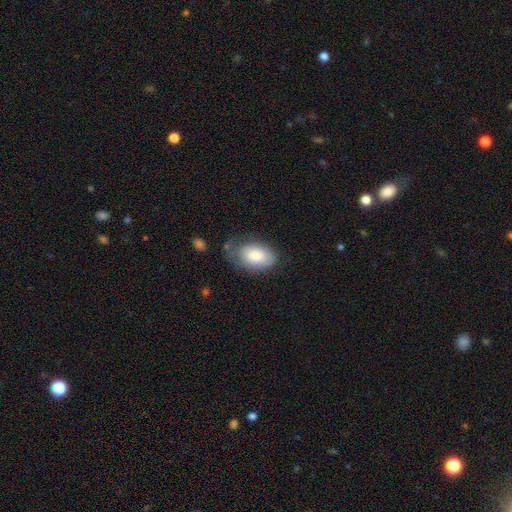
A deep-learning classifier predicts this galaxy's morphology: This appears to be a smooth galaxy with no disk features (77%) that is in between round and cigar-shaped (90%). Merging: none (52%).